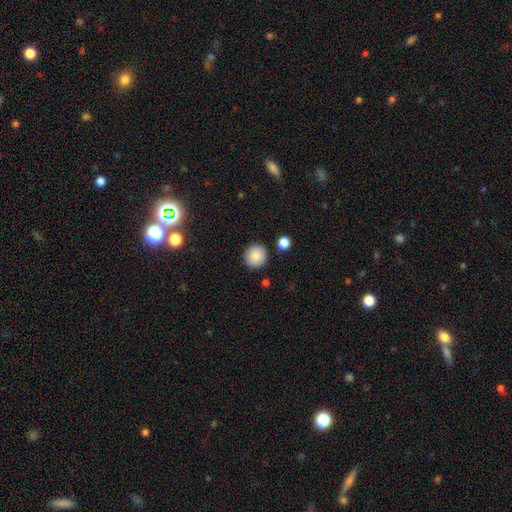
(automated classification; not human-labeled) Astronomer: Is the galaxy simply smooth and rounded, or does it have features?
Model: smooth — 86%.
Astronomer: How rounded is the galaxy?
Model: round — 93%.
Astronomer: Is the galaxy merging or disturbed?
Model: none — 90%.